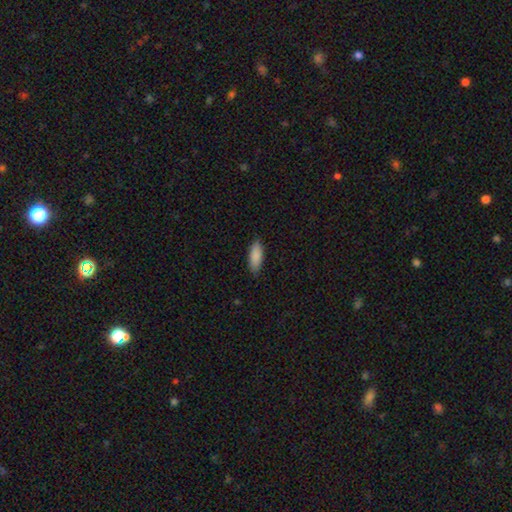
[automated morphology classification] This appears to be a smooth galaxy with no disk features (88%) that is in between round and cigar-shaped (74%). Merging: none (84%).